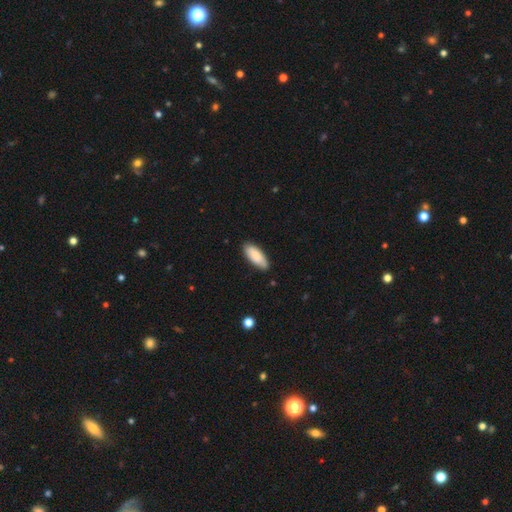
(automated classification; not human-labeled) smooth 86%, featured or disk 9%, star or artifact 5%. Down the decision tree: how rounded — in between (79%); merging — none (83%).